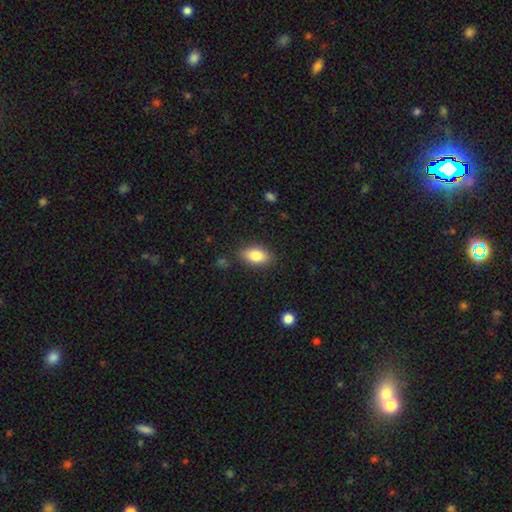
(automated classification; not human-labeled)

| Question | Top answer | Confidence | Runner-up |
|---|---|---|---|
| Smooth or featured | smooth | 83% | featured or disk (10%) |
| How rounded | in between | 88% | cigar-shaped (6%) |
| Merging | none | 85% | minor disturbance (11%) |